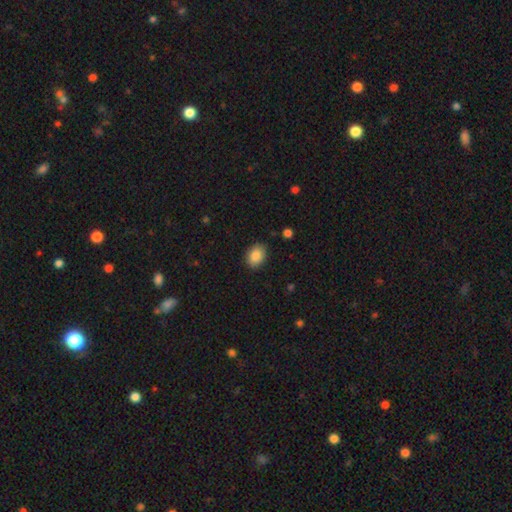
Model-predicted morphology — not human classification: Smooth or featured?
  - smooth: 86% *
  - star or artifact: 8%
  - featured or disk: 6%
How rounded?
  - in between: 70% *
  - round: 29%
  - cigar-shaped: 1%
Merging?
  - none: 85% *
  - minor disturbance: 11%
  - major disturbance: 2%
  - merger: 1%